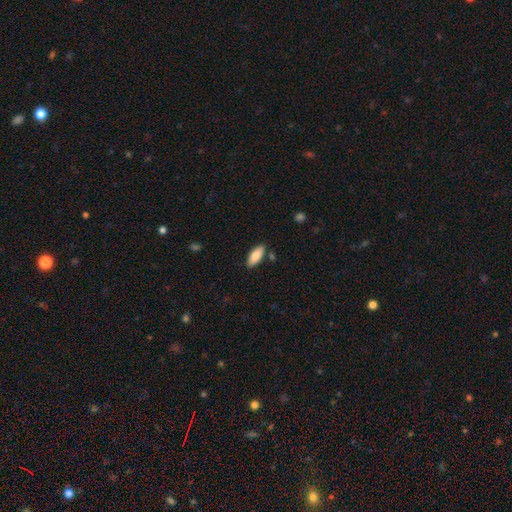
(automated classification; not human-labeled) Morphology: type=smooth (85%); roundness=in between (83%); merging=none (84%).